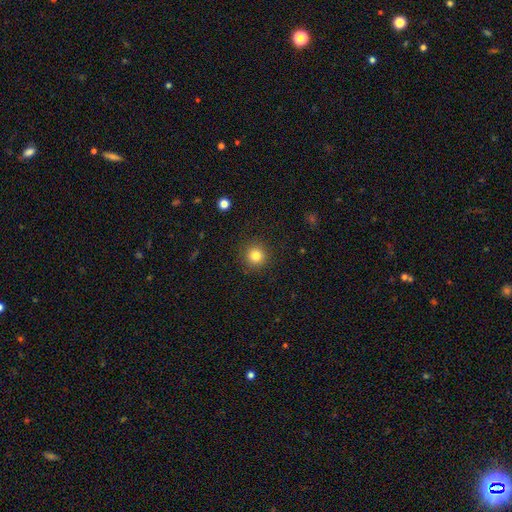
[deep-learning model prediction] Smooth or featured? smooth (83%)
How rounded? round (95%)
Merging? none (91%)